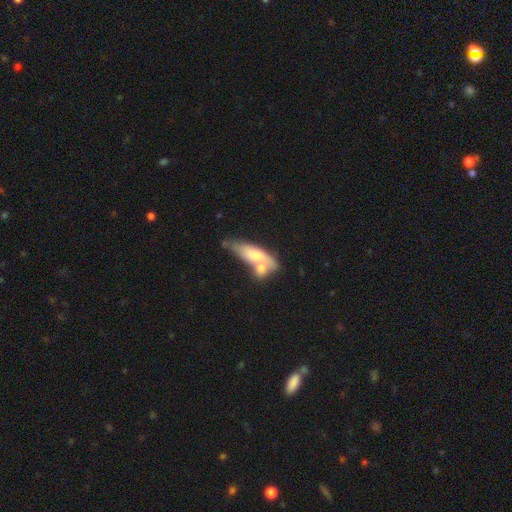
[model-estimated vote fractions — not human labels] smooth_or_featured: smooth (p=0.63) [alt: featured or disk p=0.31]
how_rounded: in between (p=0.58) [alt: cigar-shaped p=0.38]
merging: merger (p=0.55) [alt: none p=0.25]